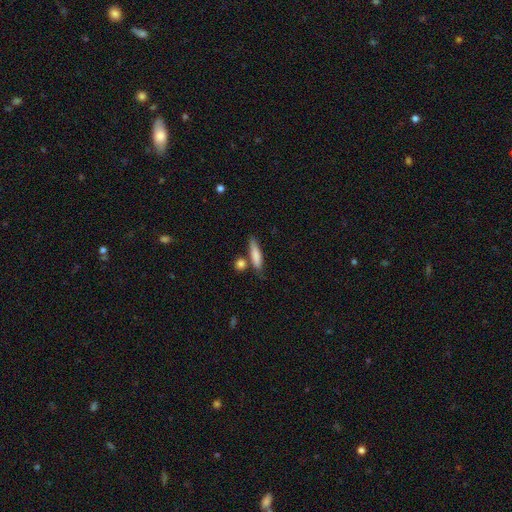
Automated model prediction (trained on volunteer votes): Smooth or featured?
  - smooth: 79% *
  - featured or disk: 15%
  - star or artifact: 6%
How rounded?
  - cigar-shaped: 76% *
  - in between: 20%
  - round: 4%
Merging?
  - none: 71% *
  - minor disturbance: 14%
  - merger: 12%
  - major disturbance: 4%